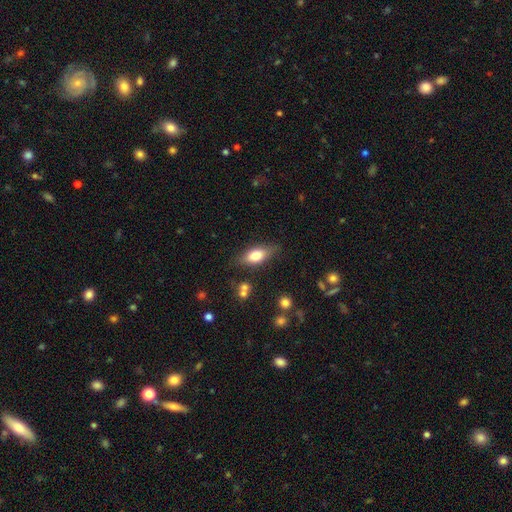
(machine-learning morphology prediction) smooth-or-featured: smooth: 71% | featured or disk: 22% | star or artifact: 8%
  how-rounded: in between: 80% | cigar-shaped: 16% | round: 5%
  merging: none: 76% | minor disturbance: 17% | major disturbance: 4% | merger: 3%